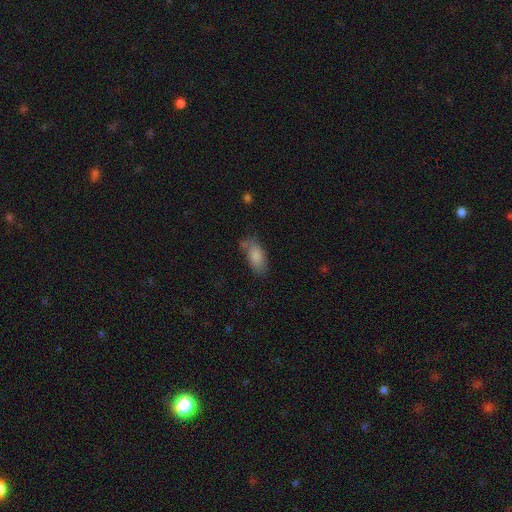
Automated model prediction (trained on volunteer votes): This is clearly a smooth galaxy (82%). How rounded: clearly in between (91%). Merging: possibly none (58%).